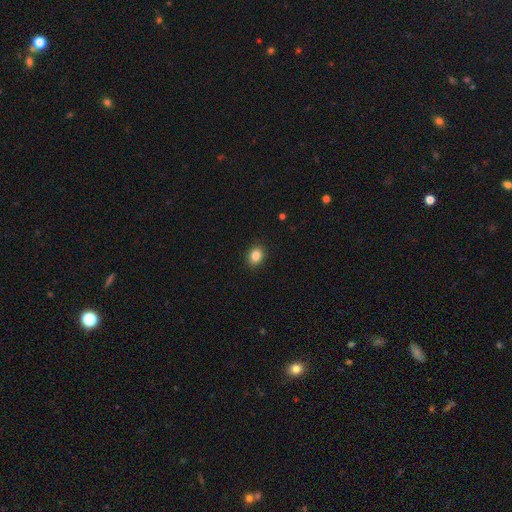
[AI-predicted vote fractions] Smooth or featured? Predicted: smooth (p=0.85). How rounded? Predicted: in between (p=0.53). Merging? Predicted: none (p=0.90).